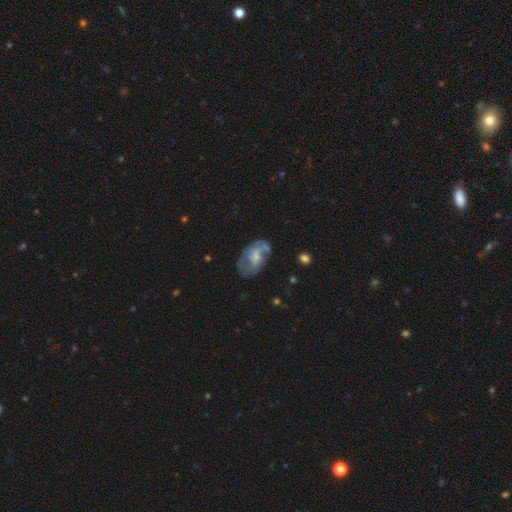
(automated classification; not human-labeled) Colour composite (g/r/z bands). It shows a featured or disk galaxy (58%) with no bar (58%), spiral arms (56%) and a small central bulge (38%). Merging: none (47%).